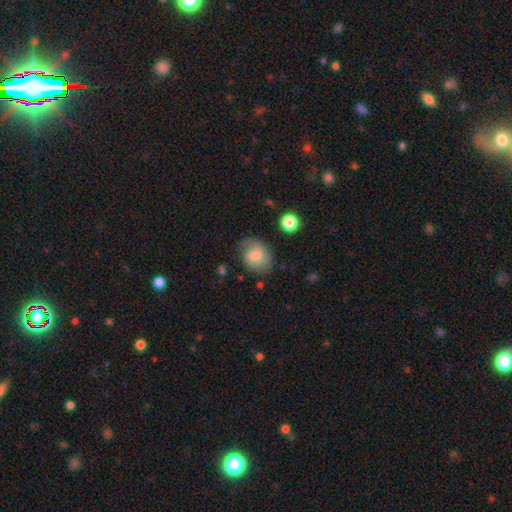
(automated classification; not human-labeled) A smooth galaxy with no disk features (62%) that is round (50%).

Vote fractions:
- Smooth or featured? smooth: 62% / featured or disk: 30% / star or artifact: 8%
- How rounded? round: 50% / in between: 49% / cigar-shaped: 1%
- Merging? none: 57% / minor disturbance: 27% / major disturbance: 14% / merger: 2%